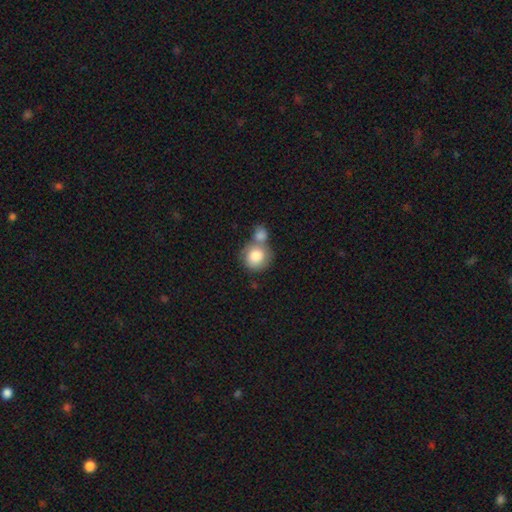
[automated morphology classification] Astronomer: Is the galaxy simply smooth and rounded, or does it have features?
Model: smooth — 80%.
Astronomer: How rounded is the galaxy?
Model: round — 85%.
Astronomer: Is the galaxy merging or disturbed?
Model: merger — 52% (runner-up: none, 33%).